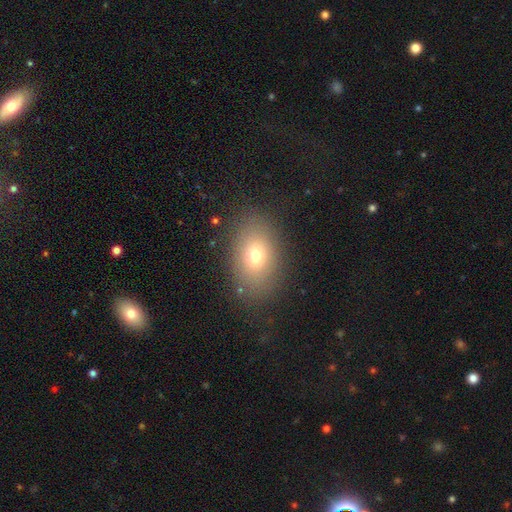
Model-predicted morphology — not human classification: smooth-or-featured: smooth: 71% | featured or disk: 16% | star or artifact: 13%
  how-rounded: in between: 78% | round: 20% | cigar-shaped: 1%
  merging: none: 83% | minor disturbance: 11% | major disturbance: 5% | merger: 1%